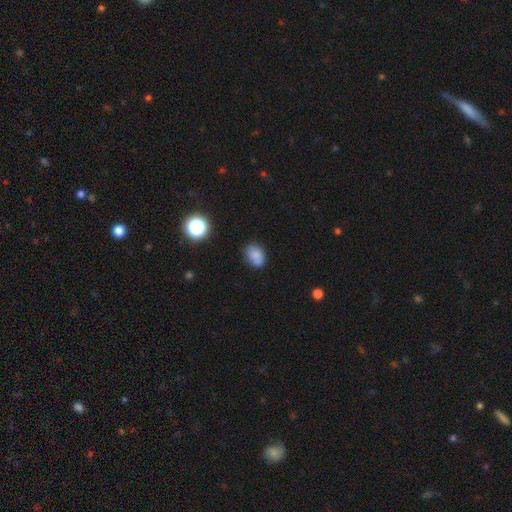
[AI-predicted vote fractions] smooth_or_featured: smooth (p=0.78) [alt: star or artifact p=0.11]
how_rounded: in between (p=0.70) [alt: round p=0.29]
merging: none (p=0.66) [alt: minor disturbance p=0.21]